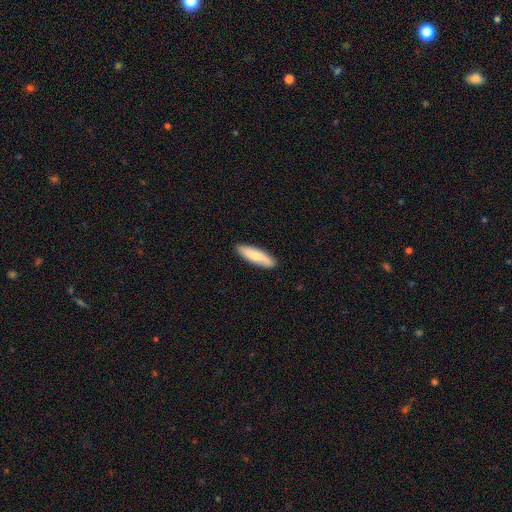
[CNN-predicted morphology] Smooth or featured: smooth — 72% (featured or disk — 23%)
How rounded: cigar-shaped — 64% (in between — 34%)
Merging: none — 88% (minor disturbance — 9%)